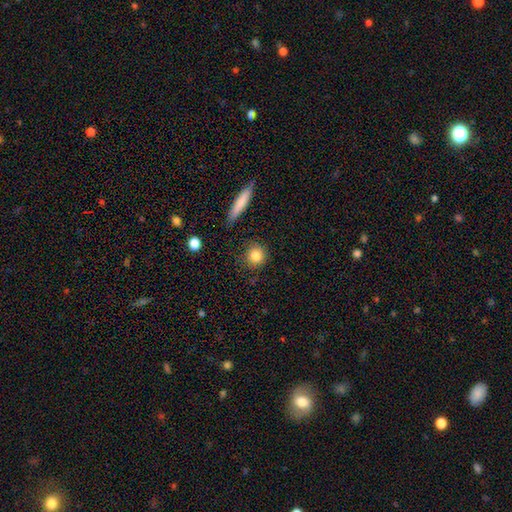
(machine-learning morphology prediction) smooth_or_featured: smooth (p=0.83) [alt: star or artifact p=0.09]
how_rounded: round (p=0.87) [alt: in between p=0.11]
merging: none (p=0.84) [alt: minor disturbance p=0.10]